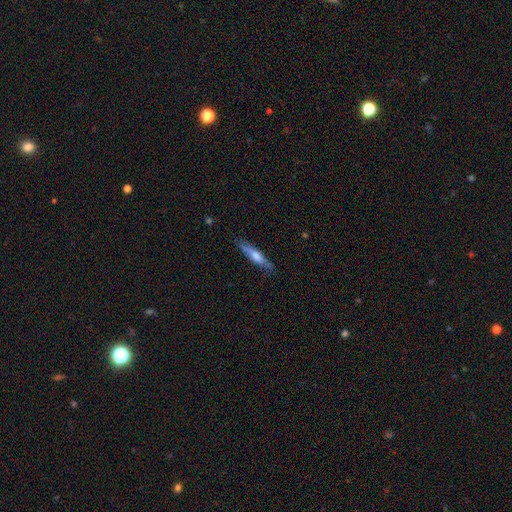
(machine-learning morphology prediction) Overall: featured or disk (52%; smooth 42%). Edge-on disk: yes (91%). Merging: none (81%).